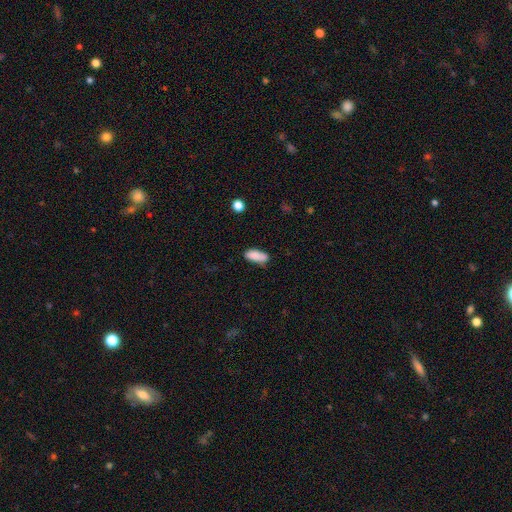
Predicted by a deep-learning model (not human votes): A smooth galaxy with no disk features (85%) that is in between round and cigar-shaped (82%).

Vote fractions:
- Smooth or featured? smooth: 85% / star or artifact: 8% / featured or disk: 7%
- How rounded? in between: 82% / cigar-shaped: 16% / round: 2%
- Merging? none: 65% / minor disturbance: 24% / merger: 6% / major disturbance: 5%